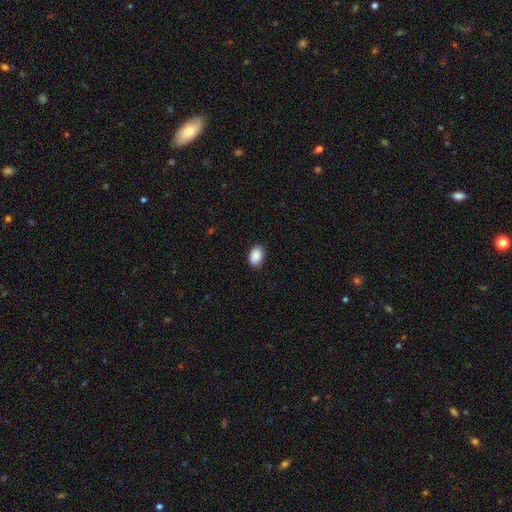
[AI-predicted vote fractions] A smooth galaxy with no disk features (90%) that is in between round and cigar-shaped (83%).

Vote fractions:
- Smooth or featured? smooth: 90% / star or artifact: 7% / featured or disk: 3%
- How rounded? in between: 83% / round: 16% / cigar-shaped: 1%
- Merging? none: 89% / minor disturbance: 8% / major disturbance: 2% / merger: 1%